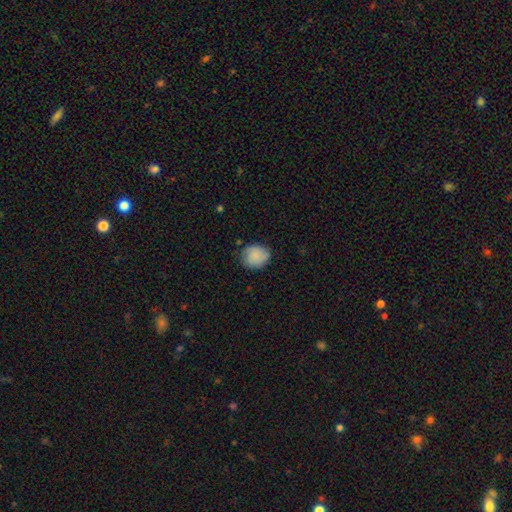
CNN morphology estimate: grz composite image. It shows a smooth galaxy with no disk features (79%) that is round (70%). Merging: none (75%).